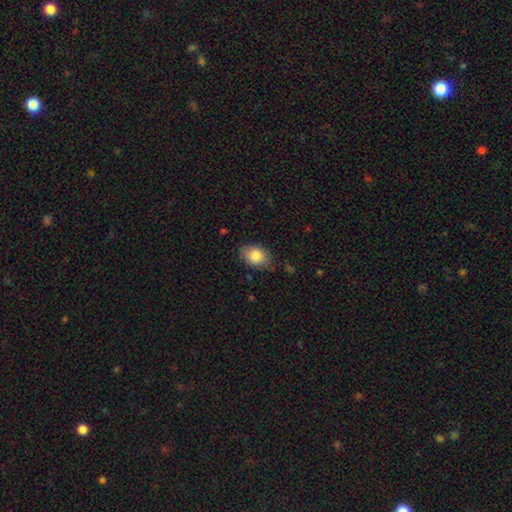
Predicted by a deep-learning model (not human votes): A smooth galaxy with no disk features (85%) that is in between round and cigar-shaped (75%). Merging: none (80%).